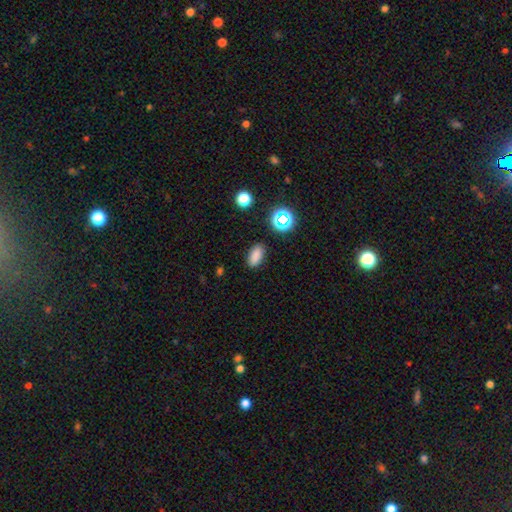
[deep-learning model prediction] smooth-or-featured: smooth: 81% | star or artifact: 14% | featured or disk: 4%
  how-rounded: in between: 87% | round: 7% | cigar-shaped: 6%
  merging: none: 87% | minor disturbance: 9% | major disturbance: 3% | merger: 2%